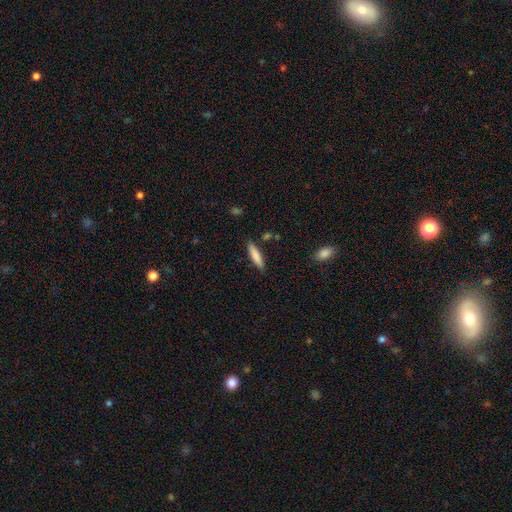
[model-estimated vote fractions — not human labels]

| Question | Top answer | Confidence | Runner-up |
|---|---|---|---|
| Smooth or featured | smooth | 79% | featured or disk (15%) |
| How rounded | cigar-shaped | 80% | in between (18%) |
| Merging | none | 84% | minor disturbance (11%) |